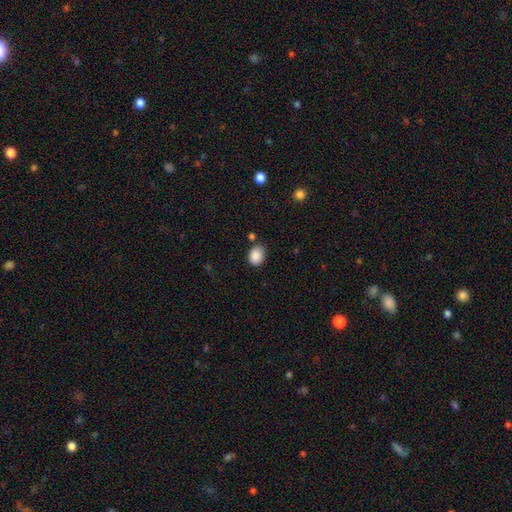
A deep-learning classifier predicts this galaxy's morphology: smooth-or-featured: smooth: 88% | star or artifact: 8% | featured or disk: 3%
  how-rounded: in between: 60% | round: 39% | cigar-shaped: 1%
  merging: none: 76% | minor disturbance: 17% | merger: 4% | major disturbance: 4%